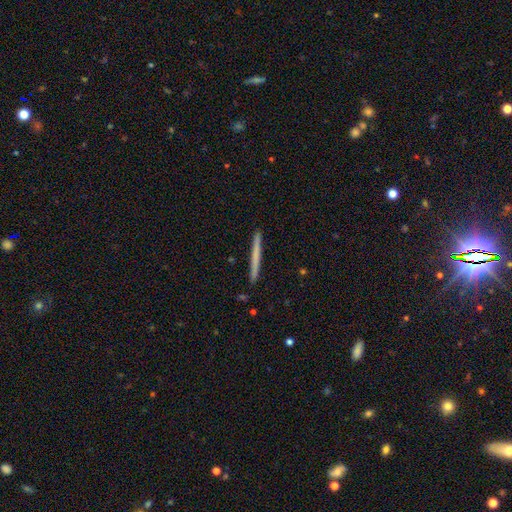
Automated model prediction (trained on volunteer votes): Q: Smooth or featured?
A: smooth (60%); runner-up: featured or disk (34%)
Q: How rounded?
A: cigar-shaped (97%); runner-up: in between (1%)
Q: Merging?
A: none (93%); runner-up: minor disturbance (5%)